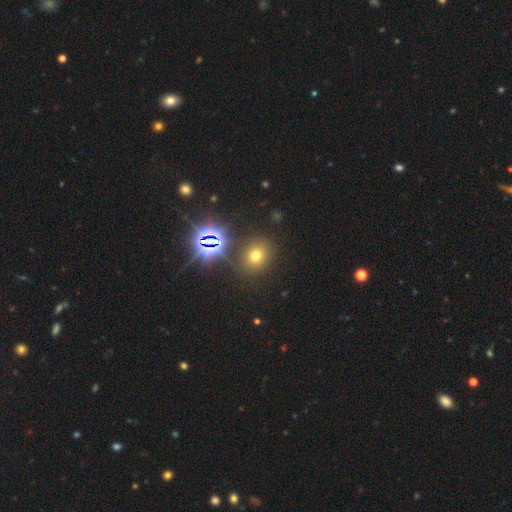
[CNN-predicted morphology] Smooth or featured: smooth — 61% (star or artifact — 30%)
How rounded: round — 73% (in between — 26%)
Merging: none — 84% (minor disturbance — 8%)